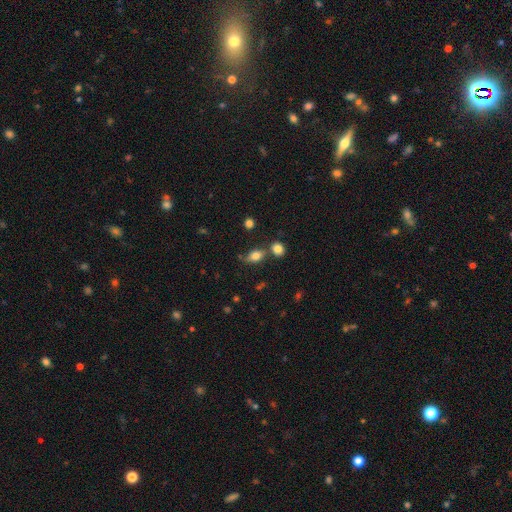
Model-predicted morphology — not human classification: A smooth galaxy with no disk features (77%) that is in between round and cigar-shaped (76%).

Vote fractions:
- Smooth or featured? smooth: 77% / featured or disk: 13% / star or artifact: 10%
- How rounded? in between: 76% / round: 15% / cigar-shaped: 8%
- Merging? none: 62% / minor disturbance: 16% / merger: 16% / major disturbance: 5%